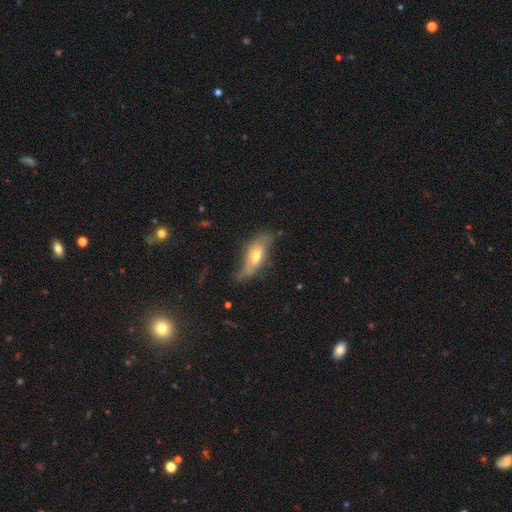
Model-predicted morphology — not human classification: Smooth or featured? smooth (51%)
How rounded? in between (60%)
Merging? none (56%)